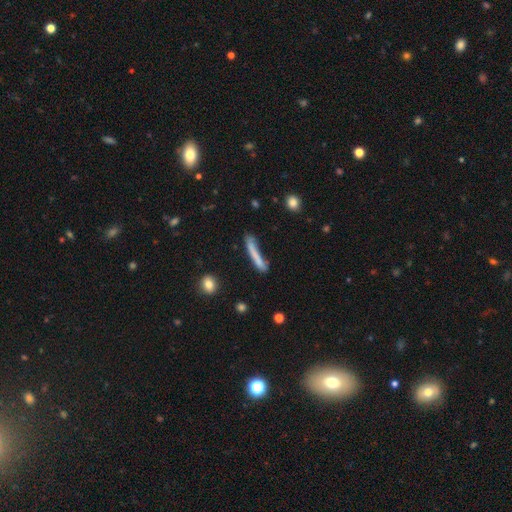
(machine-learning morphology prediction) Smooth or featured? Predicted: smooth (p=0.68). How rounded? Predicted: cigar-shaped (p=0.94). Merging? Predicted: none (p=0.62).